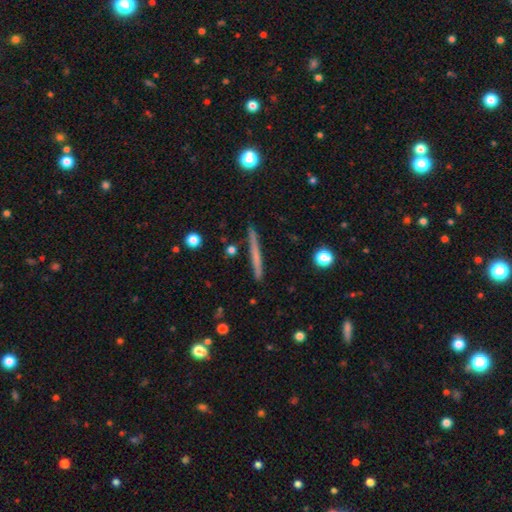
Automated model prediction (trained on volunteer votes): Morphology: type=smooth (52%); roundness=cigar-shaped (96%); merging=none (90%).